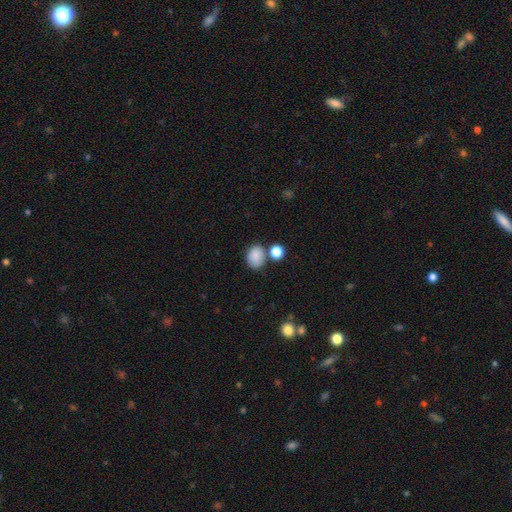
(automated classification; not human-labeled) Q: Smooth or featured?
A: smooth (84%); runner-up: star or artifact (9%)
Q: How rounded?
A: in between (60%); runner-up: round (39%)
Q: Merging?
A: none (64%); runner-up: minor disturbance (17%)